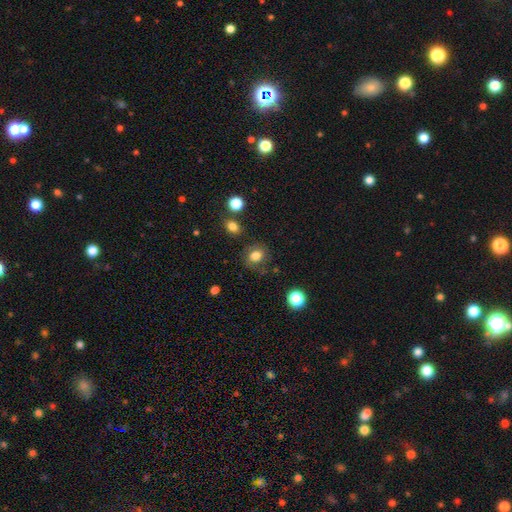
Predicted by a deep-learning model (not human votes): Morphology: type=smooth (74%); roundness=round (66%); merging=none (75%).